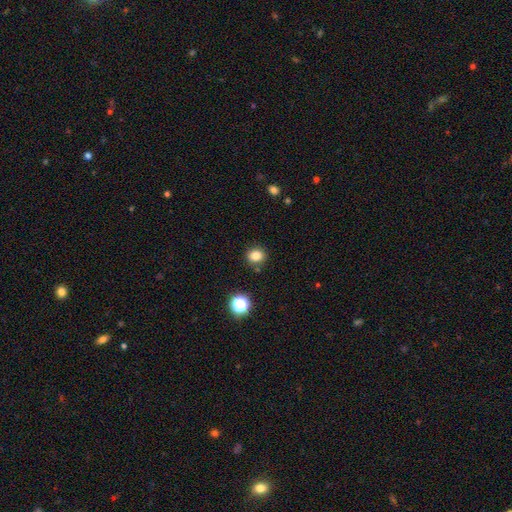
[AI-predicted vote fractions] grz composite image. It shows a smooth galaxy with no disk features (82%) that is round (70%). Merging: none (84%).